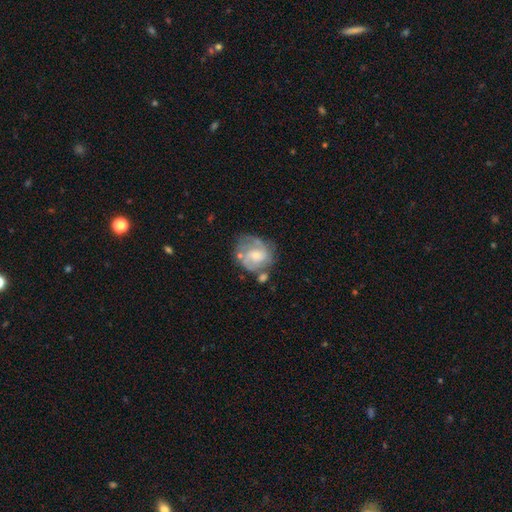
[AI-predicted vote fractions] This appears to be a featured or disk galaxy (68%) with no bar (60%), 2 (46%) tight (44%) spiral arms (84%) and a moderate central bulge (46%). Merging: none (52%).